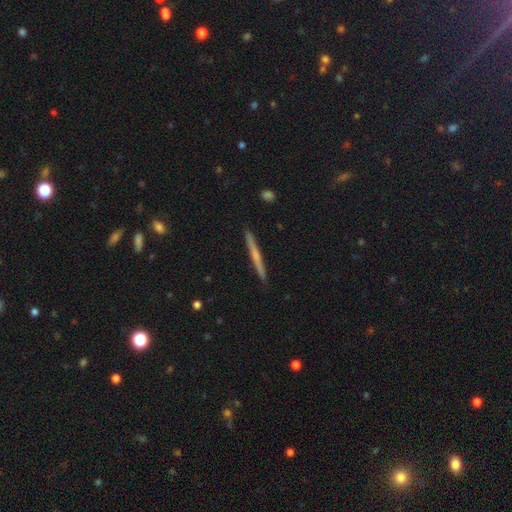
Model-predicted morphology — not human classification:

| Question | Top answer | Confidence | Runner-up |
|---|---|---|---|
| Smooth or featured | featured or disk | 56% | smooth (38%) |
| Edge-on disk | yes | 98% | no (2%) |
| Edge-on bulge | none | 58% | rounded (37%) |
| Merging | none | 92% | minor disturbance (5%) |